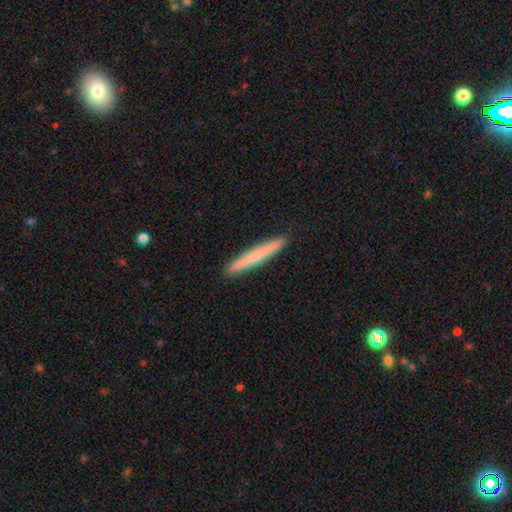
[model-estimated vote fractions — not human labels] smooth_or_featured: smooth (p=0.63) [alt: featured or disk p=0.31]
how_rounded: cigar-shaped (p=0.97) [alt: in between p=0.02]
merging: none (p=0.93) [alt: minor disturbance p=0.05]